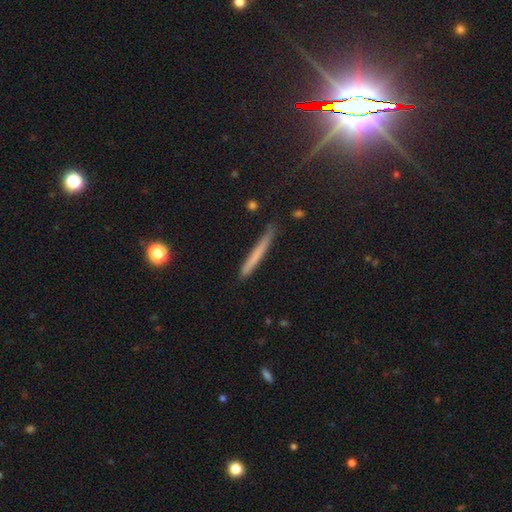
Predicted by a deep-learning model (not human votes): smooth 64%, featured or disk 27%, star or artifact 8%. Down the decision tree: how rounded — cigar-shaped (96%); merging — none (85%).